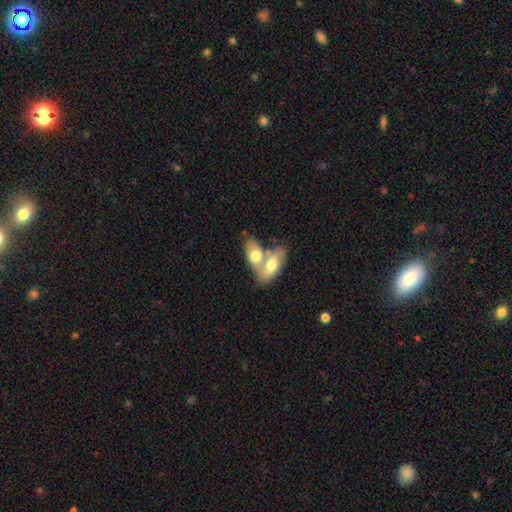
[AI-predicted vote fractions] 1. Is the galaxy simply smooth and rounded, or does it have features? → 66% smooth, 29% featured or disk, 5% star or artifact.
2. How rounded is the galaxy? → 88% in between, 6% round, 6% cigar-shaped.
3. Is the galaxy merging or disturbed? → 71% merger, 20% none, 6% minor disturbance, 3% major disturbance.